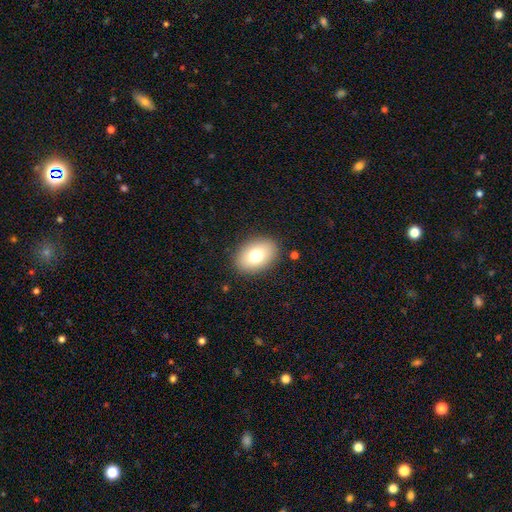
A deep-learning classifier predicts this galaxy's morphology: The model was most divided on "how rounded": in between: 77%, round: 22%, cigar-shaped: 1%. More confident: merging — none (88%); smooth or featured — smooth (76%).